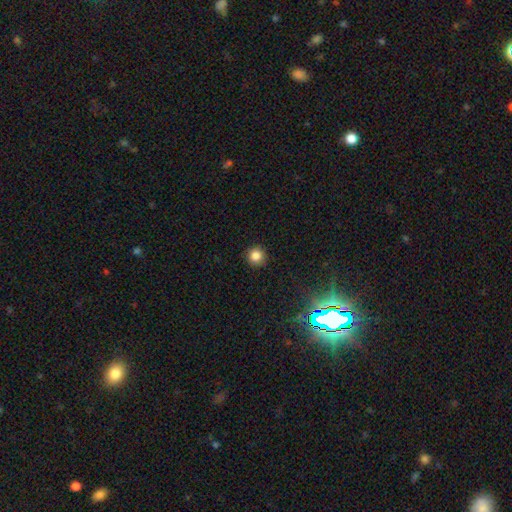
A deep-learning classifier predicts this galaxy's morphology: Smooth or featured? Predicted: smooth (p=0.83). How rounded? Predicted: round (p=0.95). Merging? Predicted: none (p=0.92).